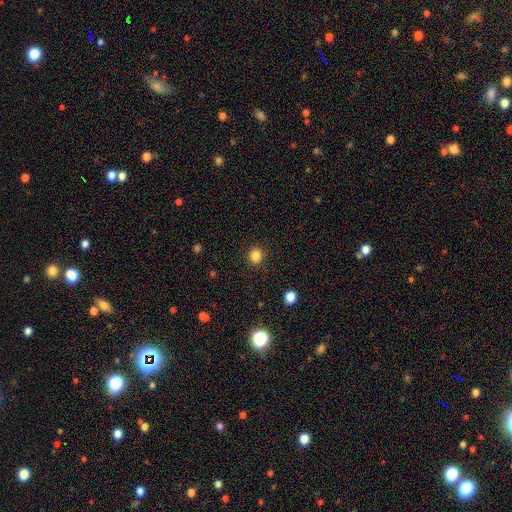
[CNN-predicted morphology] A smooth galaxy with no disk features (83%) that is round (85%). Merging: none (90%).